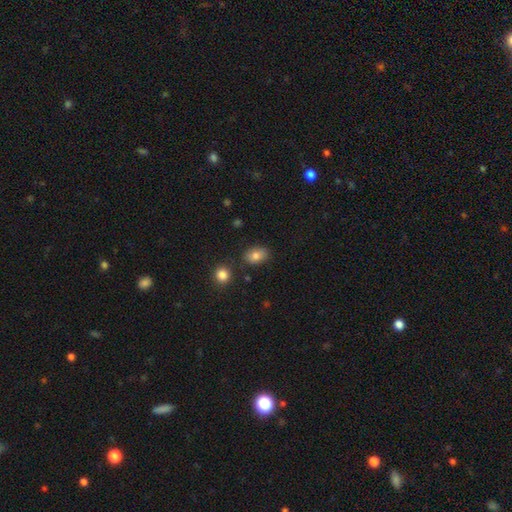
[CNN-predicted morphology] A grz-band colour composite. It shows a smooth galaxy with no disk features (80%) that is in between round and cigar-shaped (81%). Merging: none (80%).